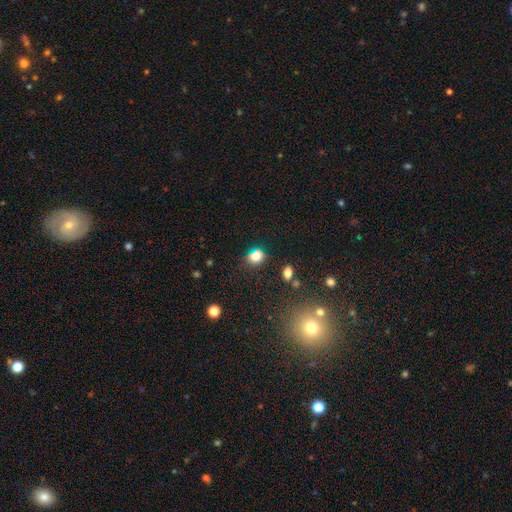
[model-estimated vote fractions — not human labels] This is likely a smooth galaxy (76%). How rounded: likely round (65%). Merging: likely none (70%).